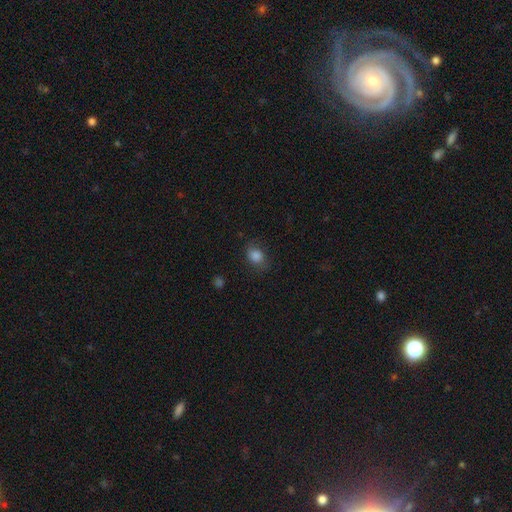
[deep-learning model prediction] A smooth galaxy with no disk features (81%) that is in between round and cigar-shaped (54%). Merging: none (69%).